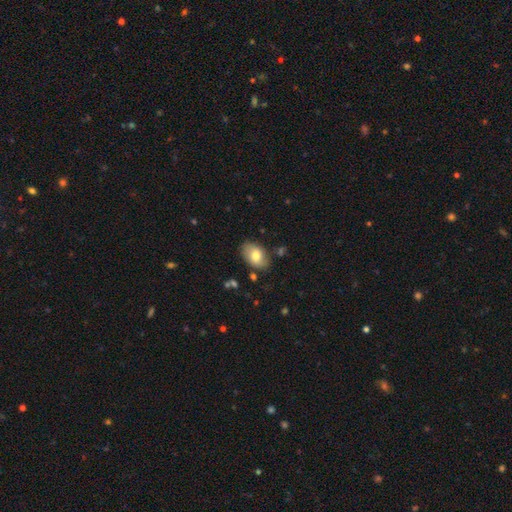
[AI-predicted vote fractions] The model was most divided on "smooth or featured": smooth: 75%, featured or disk: 18%, star or artifact: 7%. More confident: how rounded — in between (87%); merging — none (78%).